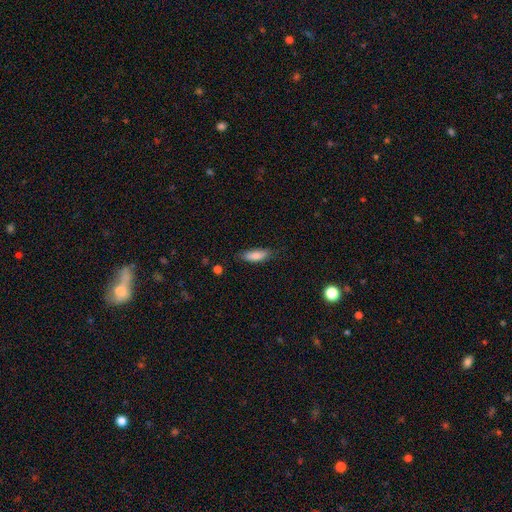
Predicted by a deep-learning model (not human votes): A smooth galaxy with no disk features (83%) that is in between round and cigar-shaped (60%).

Vote fractions:
- Smooth or featured? smooth: 83% / featured or disk: 11% / star or artifact: 7%
- How rounded? in between: 60% / cigar-shaped: 38% / round: 2%
- Merging? none: 77% / minor disturbance: 18% / major disturbance: 3% / merger: 1%